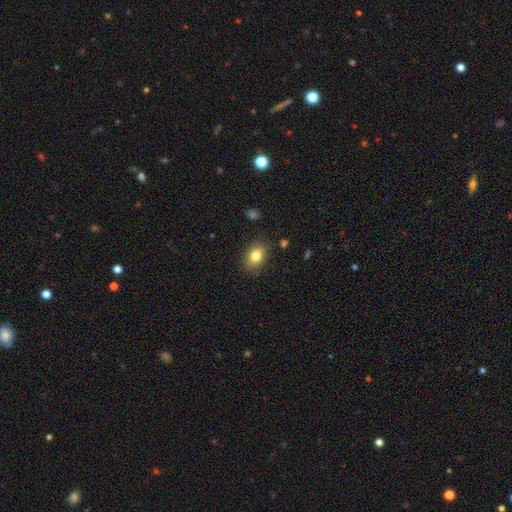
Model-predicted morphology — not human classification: smooth 82%, star or artifact 9%, featured or disk 9%. Down the decision tree: how rounded — in between (76%); merging — none (85%).